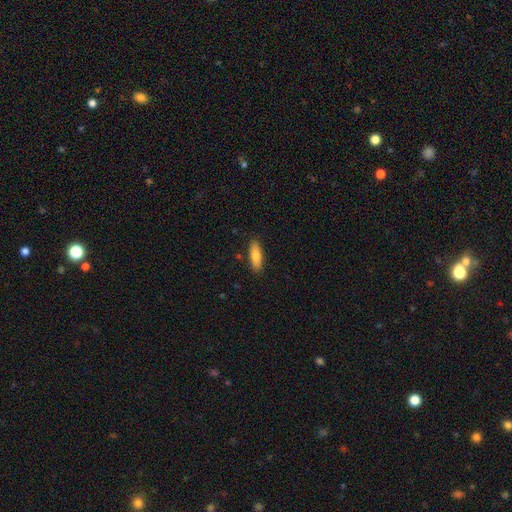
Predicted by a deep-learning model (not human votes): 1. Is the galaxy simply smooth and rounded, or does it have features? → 76% smooth, 18% featured or disk, 6% star or artifact.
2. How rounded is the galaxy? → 55% in between, 43% cigar-shaped, 2% round.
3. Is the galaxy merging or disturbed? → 87% none, 9% minor disturbance, 2% major disturbance, 1% merger.